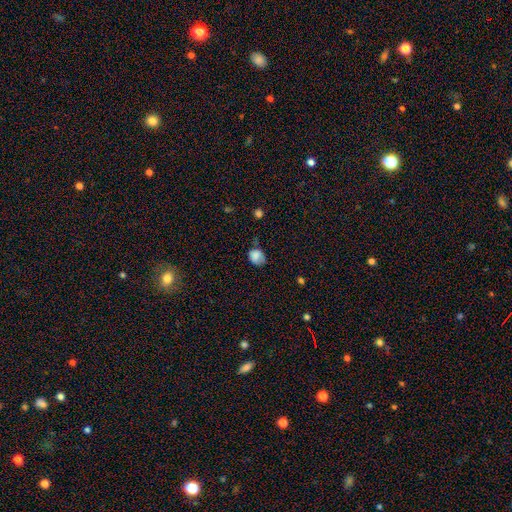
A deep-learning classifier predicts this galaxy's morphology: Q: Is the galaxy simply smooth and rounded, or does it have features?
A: smooth — 81%.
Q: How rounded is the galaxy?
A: round — 53%.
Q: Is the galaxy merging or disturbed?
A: none — 46%.